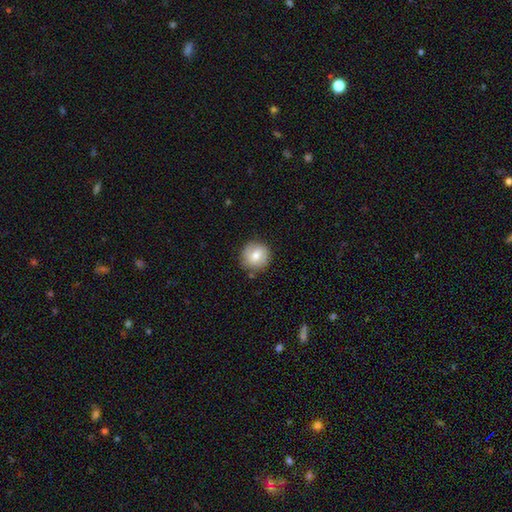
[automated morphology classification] Overall: smooth (71%). How rounded: round (93%). Merging: none (84%).